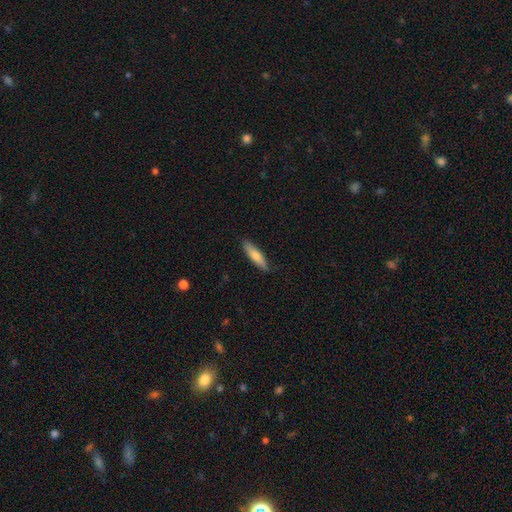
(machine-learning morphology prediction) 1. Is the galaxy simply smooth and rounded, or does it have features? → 74% smooth, 21% featured or disk, 5% star or artifact.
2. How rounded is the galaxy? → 71% cigar-shaped, 27% in between, 2% round.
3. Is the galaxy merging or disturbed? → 86% none, 11% minor disturbance, 2% major disturbance, 1% merger.